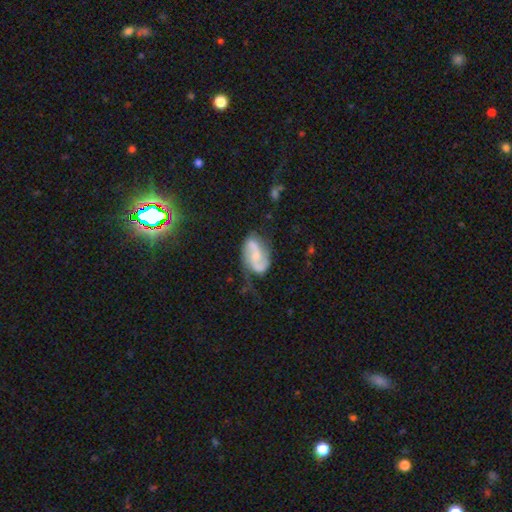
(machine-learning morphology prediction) featured or disk 79%, smooth 15%, star or artifact 6%. Down the decision tree: edge-on disk — no (97%); bar — no (44%); spiral arms — yes (94%); spiral arm count — 2 (90%); spiral winding — medium (43%); bulge size — small (46%); merging — none (61%).